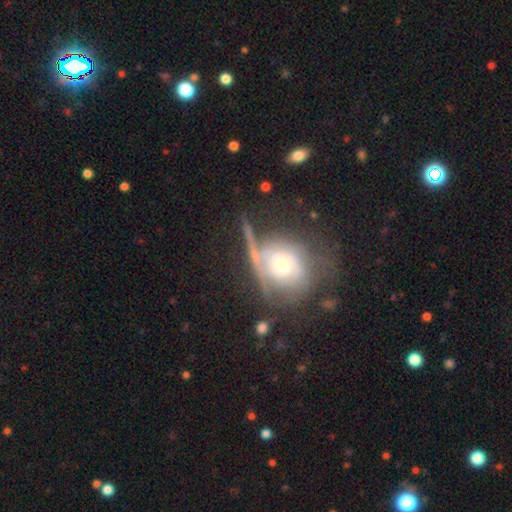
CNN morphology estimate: This appears to be a featured or disk galaxy (55%). Merging: none (51%).